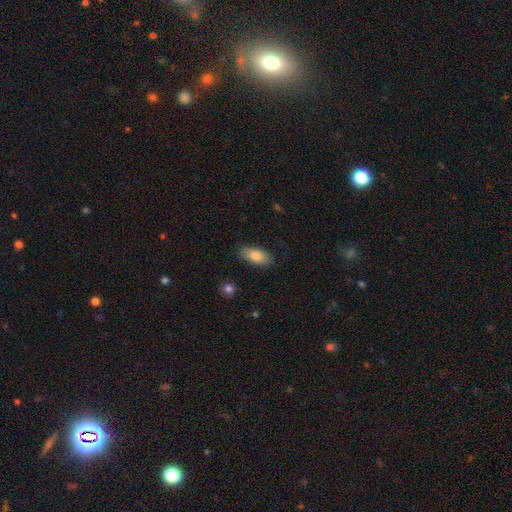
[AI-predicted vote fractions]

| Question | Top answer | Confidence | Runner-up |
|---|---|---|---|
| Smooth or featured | smooth | 82% | featured or disk (12%) |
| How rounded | in between | 86% | cigar-shaped (12%) |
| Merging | none | 85% | minor disturbance (11%) |